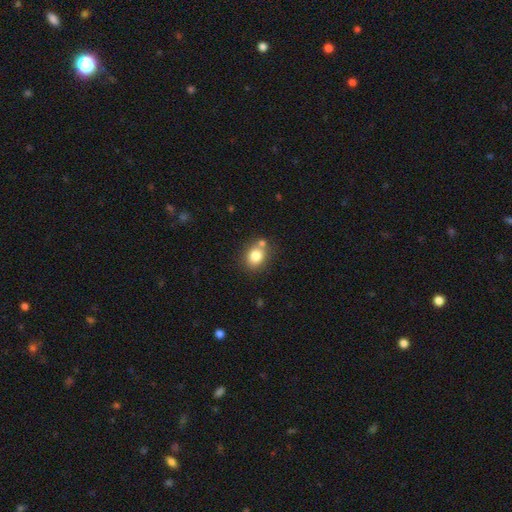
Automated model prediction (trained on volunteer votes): A smooth galaxy with no disk features (81%) that is round (59%). Merging: none (65%).